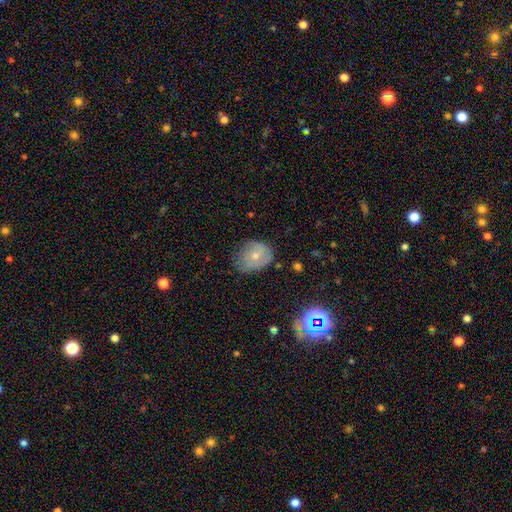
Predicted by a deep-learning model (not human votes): This appears to be a smooth galaxy with no disk features (55%) that is in between round and cigar-shaped (50%). Merging: none (54%).